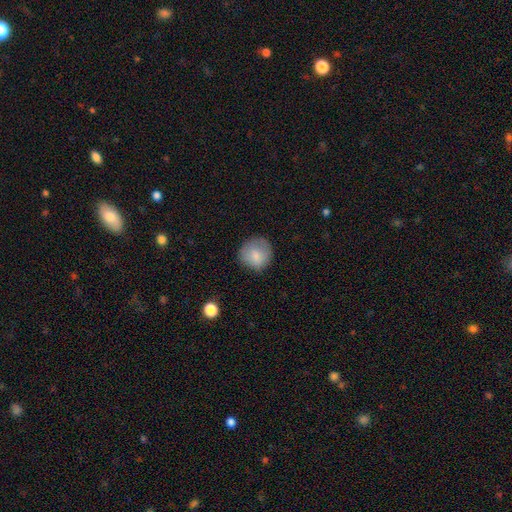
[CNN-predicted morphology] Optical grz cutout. It shows a smooth galaxy with no disk features (82%) that is round (89%). Merging: none (77%).